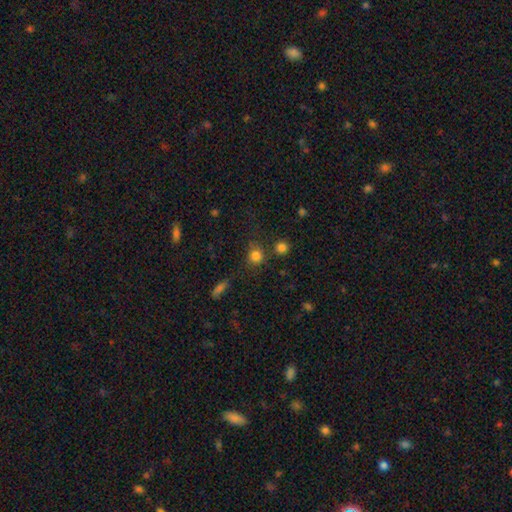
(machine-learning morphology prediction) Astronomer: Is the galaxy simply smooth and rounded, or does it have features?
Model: smooth — 80%.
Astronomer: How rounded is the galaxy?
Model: round — 89%.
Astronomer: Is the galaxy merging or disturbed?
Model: none — 73%.